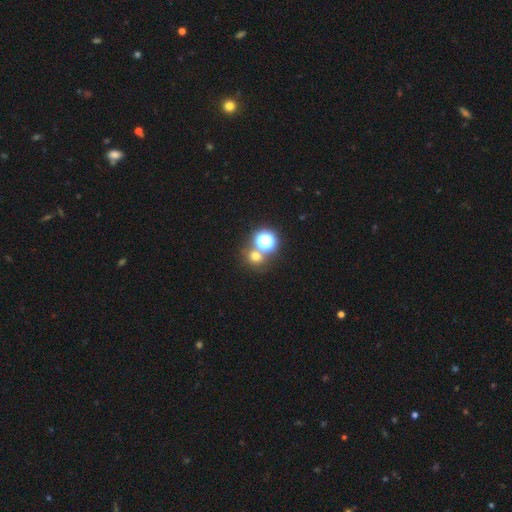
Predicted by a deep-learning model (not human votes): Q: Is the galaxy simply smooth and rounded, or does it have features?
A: smooth — 62%.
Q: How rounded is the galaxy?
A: round — 83%.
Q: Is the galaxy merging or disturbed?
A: none — 63%.